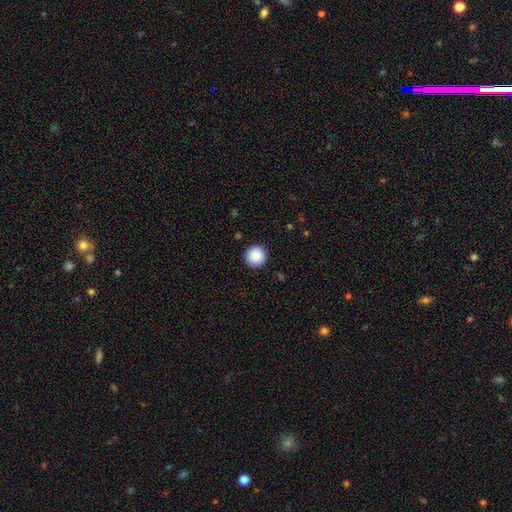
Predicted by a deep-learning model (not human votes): Smooth or featured?
  - smooth: 87% *
  - star or artifact: 8%
  - featured or disk: 5%
How rounded?
  - round: 97% *
  - in between: 2%
  - cigar-shaped: 1%
Merging?
  - none: 93% *
  - minor disturbance: 5%
  - major disturbance: 2%
  - merger: 1%